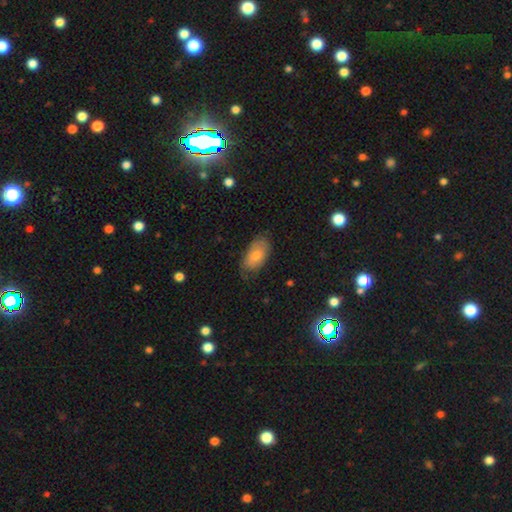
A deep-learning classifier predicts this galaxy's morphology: A smooth galaxy with no disk features (67%) that is in between round and cigar-shaped (92%).

Vote fractions:
- Smooth or featured? smooth: 67% / featured or disk: 24% / star or artifact: 8%
- How rounded? in between: 92% / round: 5% / cigar-shaped: 4%
- Merging? none: 71% / minor disturbance: 23% / major disturbance: 5% / merger: 1%